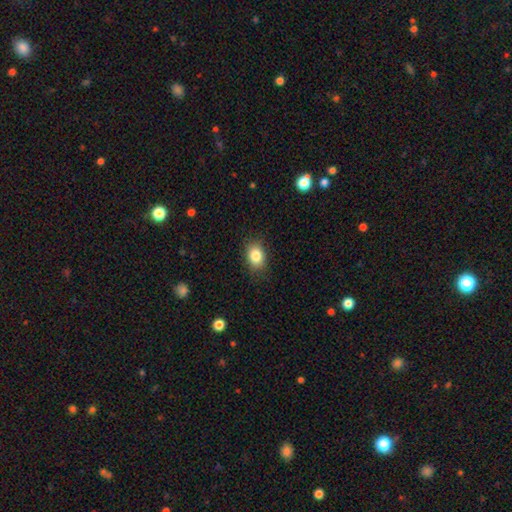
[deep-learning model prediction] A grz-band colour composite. It shows a smooth galaxy with no disk features (84%) that is in between round and cigar-shaped (71%). Merging: none (84%).